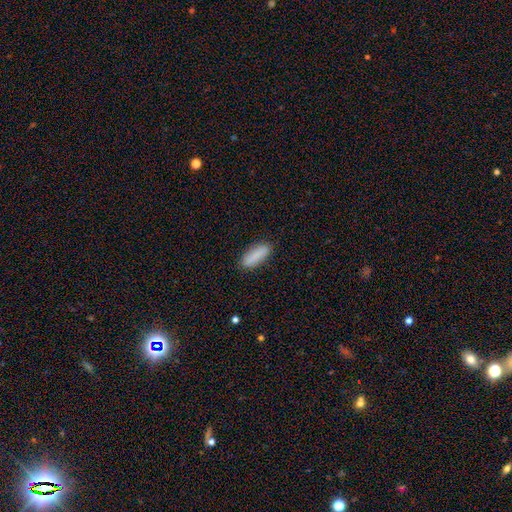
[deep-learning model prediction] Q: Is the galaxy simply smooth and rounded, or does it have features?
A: smooth — 85%.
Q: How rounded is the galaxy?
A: in between — 55%.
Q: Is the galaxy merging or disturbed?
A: none — 87%.